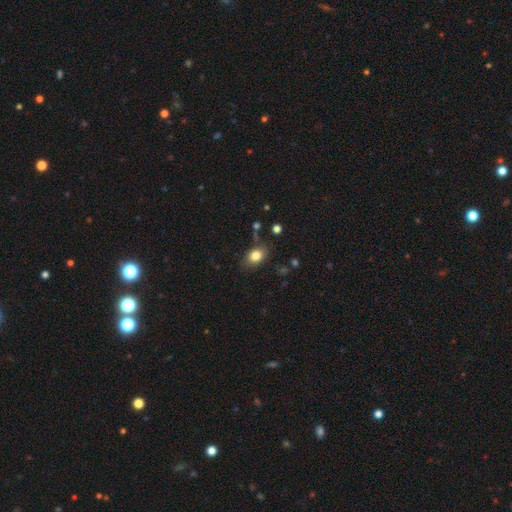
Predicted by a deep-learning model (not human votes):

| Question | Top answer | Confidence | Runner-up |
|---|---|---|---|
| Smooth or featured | smooth | 82% | star or artifact (10%) |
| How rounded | in between | 69% | round (30%) |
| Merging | none | 77% | minor disturbance (16%) |